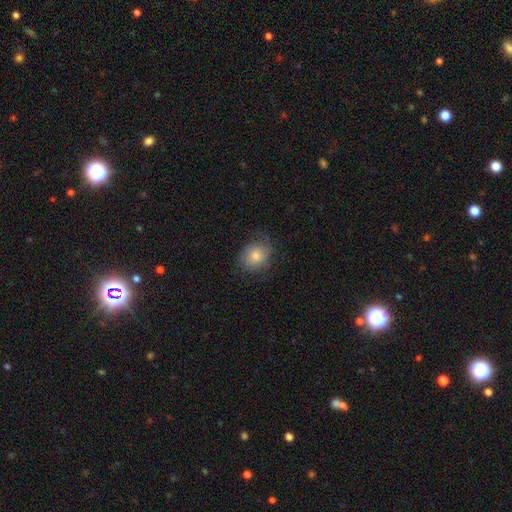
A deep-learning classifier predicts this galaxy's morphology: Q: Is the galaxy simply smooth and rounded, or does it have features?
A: smooth — 62%.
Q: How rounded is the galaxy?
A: round — 60%.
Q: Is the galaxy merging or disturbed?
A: none — 67%.